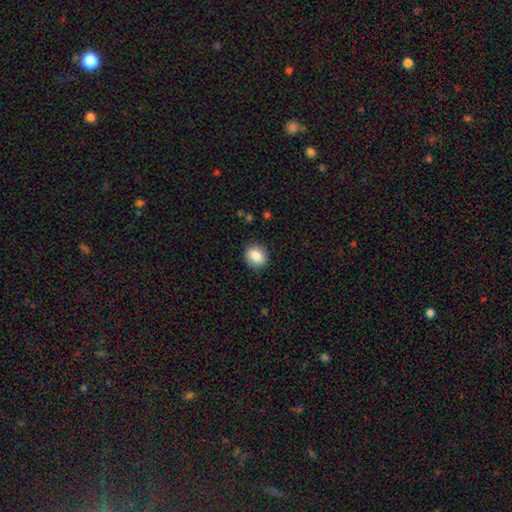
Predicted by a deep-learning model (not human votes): Overall: smooth (86%). How rounded: round (60%; in between 39%). Merging: none (88%).